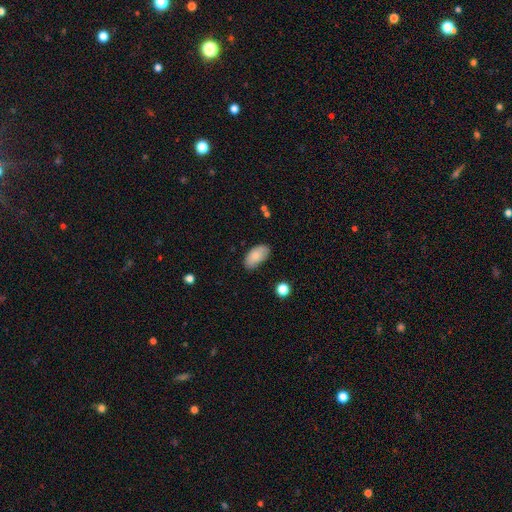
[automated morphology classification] smooth 82%, featured or disk 11%, star or artifact 7%. Down the decision tree: how rounded — in between (95%); merging — none (76%).